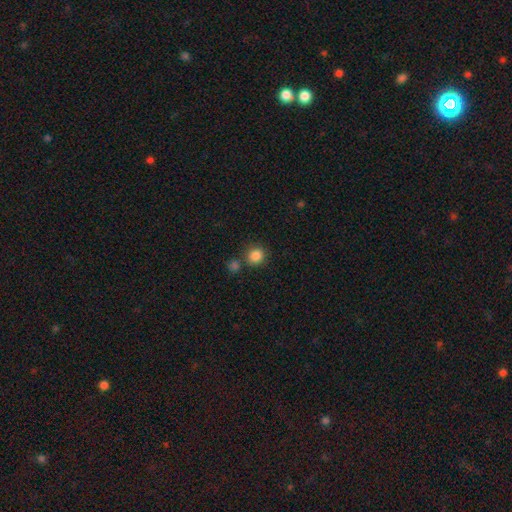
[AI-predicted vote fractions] Q: Smooth or featured?
A: smooth (85%); runner-up: star or artifact (11%)
Q: How rounded?
A: round (88%); runner-up: in between (11%)
Q: Merging?
A: none (74%); runner-up: merger (14%)